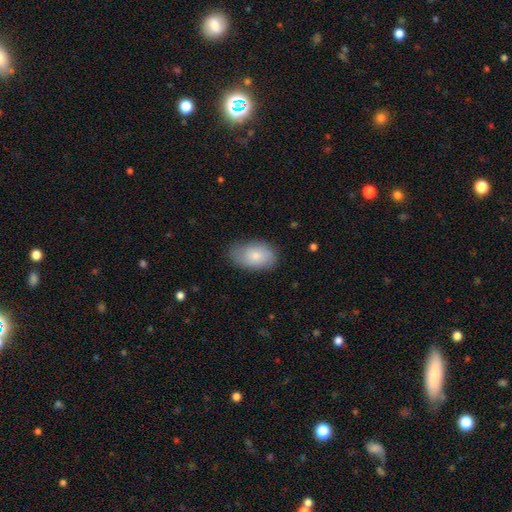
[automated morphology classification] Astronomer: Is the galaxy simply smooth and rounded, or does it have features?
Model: smooth — 78%.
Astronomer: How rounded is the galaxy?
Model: in between — 92%.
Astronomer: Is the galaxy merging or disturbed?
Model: none — 72%.